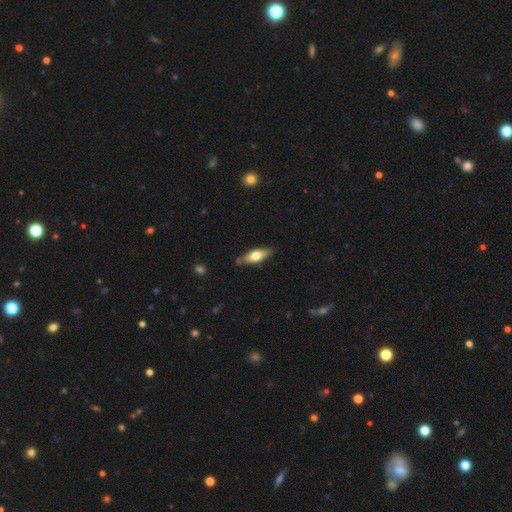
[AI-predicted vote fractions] A smooth galaxy with no disk features (67%) that is in between round and cigar-shaped (64%).

Vote fractions:
- Smooth or featured? smooth: 67% / featured or disk: 27% / star or artifact: 6%
- How rounded? in between: 64% / cigar-shaped: 34% / round: 2%
- Merging? none: 76% / minor disturbance: 17% / merger: 4% / major disturbance: 3%